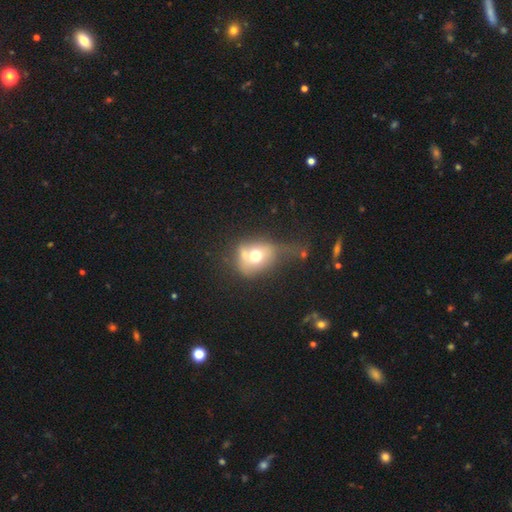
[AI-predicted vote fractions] A smooth galaxy with no disk features (62%) that is round (50%).

Vote fractions:
- Smooth or featured? smooth: 62% / featured or disk: 27% / star or artifact: 11%
- How rounded? round: 50% / in between: 48% / cigar-shaped: 2%
- Merging? none: 28% / merger: 26% / major disturbance: 24% / minor disturbance: 23%